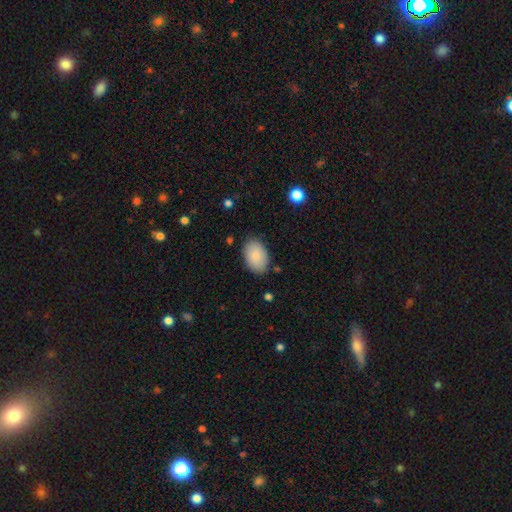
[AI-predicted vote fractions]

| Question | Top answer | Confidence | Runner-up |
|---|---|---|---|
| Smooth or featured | smooth | 86% | featured or disk (7%) |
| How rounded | in between | 91% | round (8%) |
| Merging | none | 84% | minor disturbance (12%) |